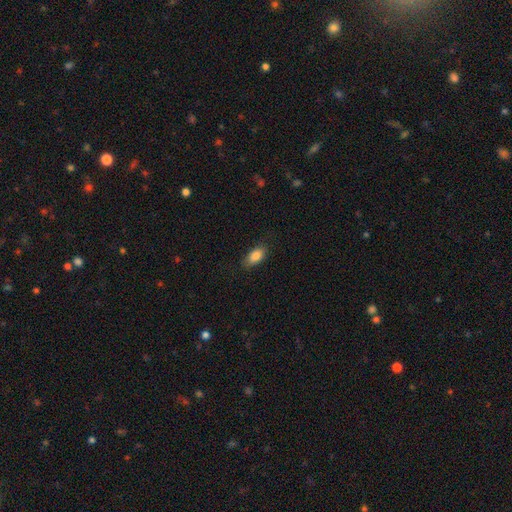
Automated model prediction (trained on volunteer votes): smooth-or-featured: smooth: 85% | featured or disk: 7% | star or artifact: 7%
  how-rounded: in between: 89% | cigar-shaped: 7% | round: 4%
  merging: none: 82% | minor disturbance: 14% | major disturbance: 3% | merger: 1%